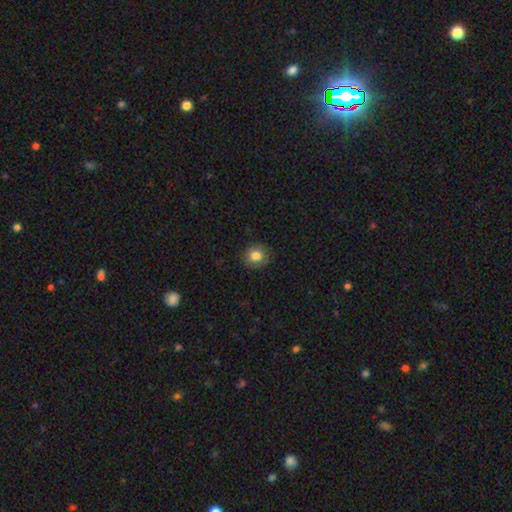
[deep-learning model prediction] smooth 82%, star or artifact 10%, featured or disk 8%. Down the decision tree: how rounded — round (80%); merging — none (87%).